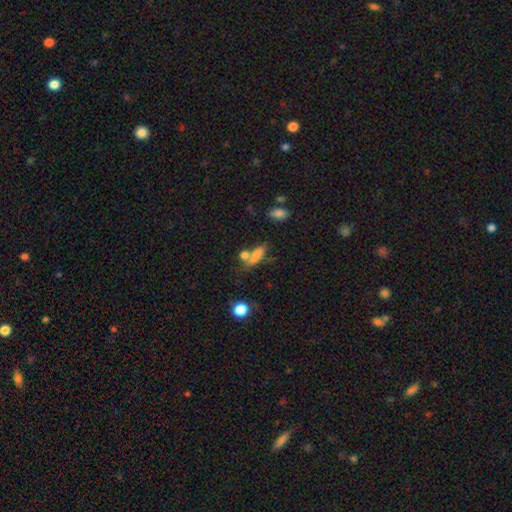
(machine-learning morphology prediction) Smooth or featured? smooth (74%)
How rounded? in between (48%)
Merging? none (46%)